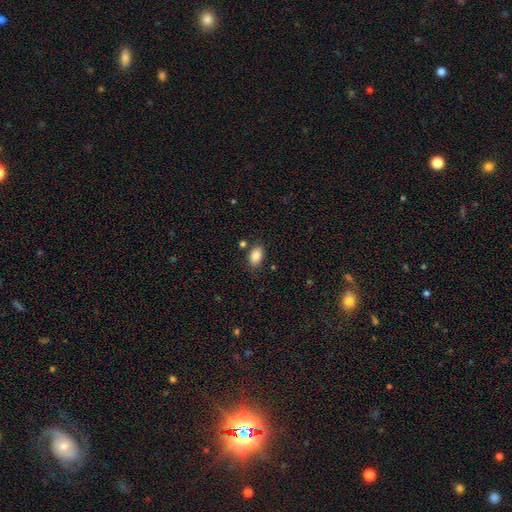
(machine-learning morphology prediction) This appears to be a smooth galaxy with no disk features (86%) that is in between round and cigar-shaped (88%). Merging: none (80%).